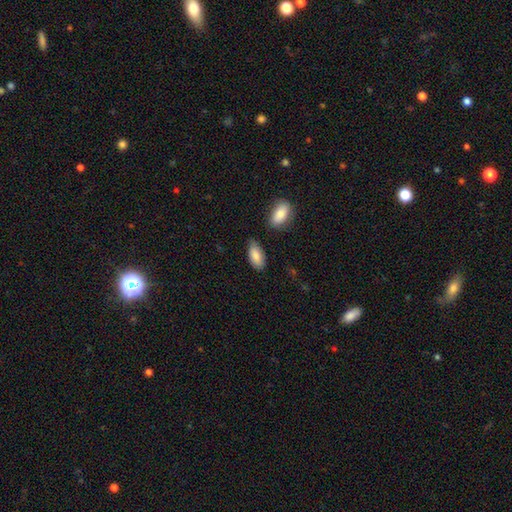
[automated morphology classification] The model was most divided on "merging": none: 71%, minor disturbance: 21%, merger: 4%, major disturbance: 4%. More confident: how rounded — in between (92%); smooth or featured — smooth (82%).